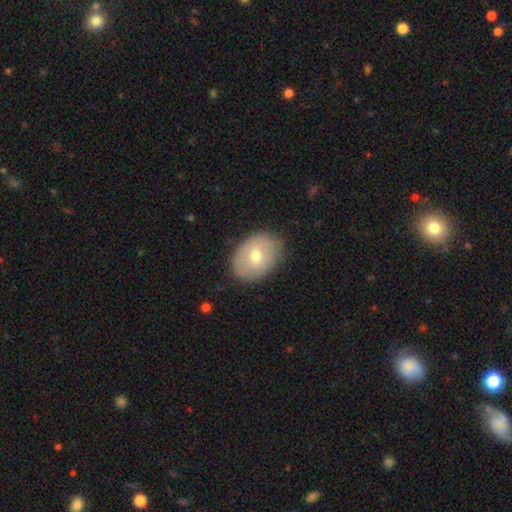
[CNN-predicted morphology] A smooth galaxy with no disk features (63%) that is in between round and cigar-shaped (74%).

Vote fractions:
- Smooth or featured? smooth: 63% / featured or disk: 29% / star or artifact: 8%
- How rounded? in between: 74% / round: 25% / cigar-shaped: 1%
- Merging? none: 82% / minor disturbance: 13% / major disturbance: 3% / merger: 1%